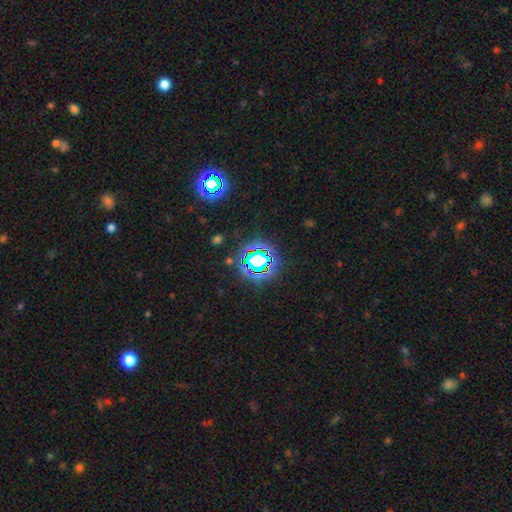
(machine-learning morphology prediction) Smooth or featured: star or artifact — 72% (smooth — 18%)